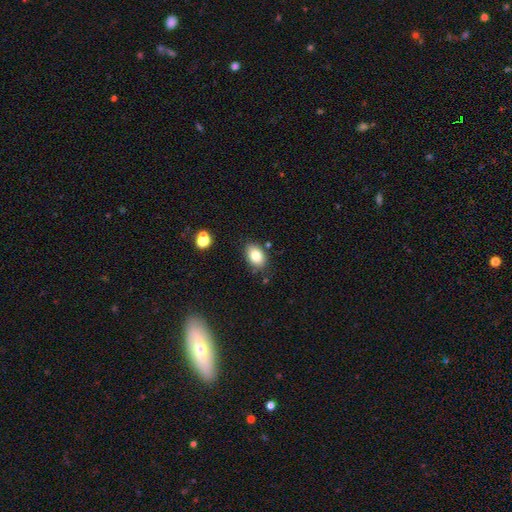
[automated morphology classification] Smooth or featured? Predicted: smooth (p=0.82). How rounded? Predicted: in between (p=0.84). Merging? Predicted: none (p=0.81).